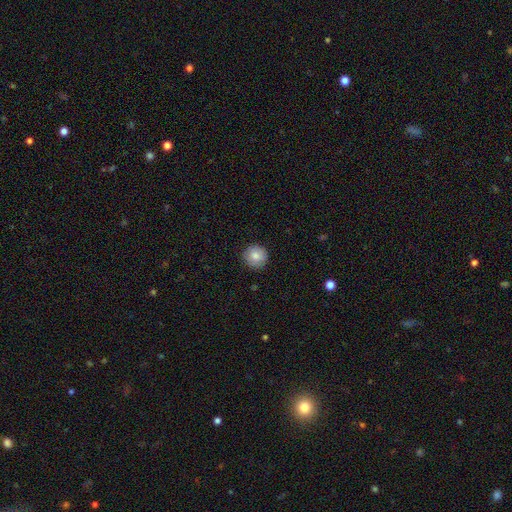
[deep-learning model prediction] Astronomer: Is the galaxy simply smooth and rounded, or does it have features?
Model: smooth — 83%.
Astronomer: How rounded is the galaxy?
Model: round — 94%.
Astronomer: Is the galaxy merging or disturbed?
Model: none — 88%.